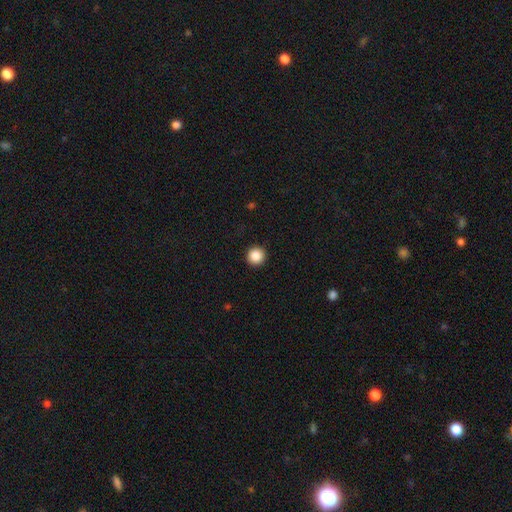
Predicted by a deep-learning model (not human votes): This appears to be a smooth galaxy with no disk features (86%) that is round (96%). Merging: none (94%).